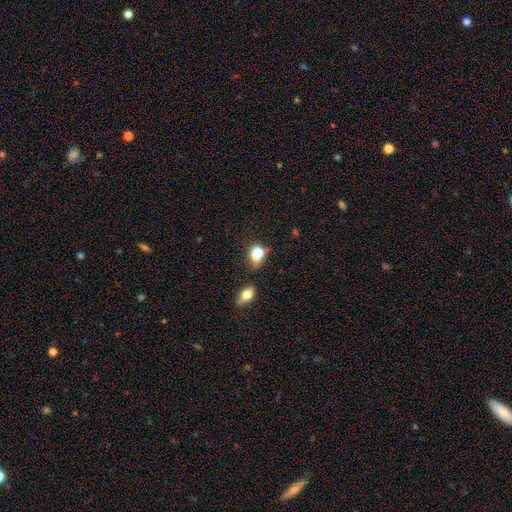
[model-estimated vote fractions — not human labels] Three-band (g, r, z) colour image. It shows a smooth galaxy with no disk features (75%) that is in between round and cigar-shaped (63%). Merging: none (38%).